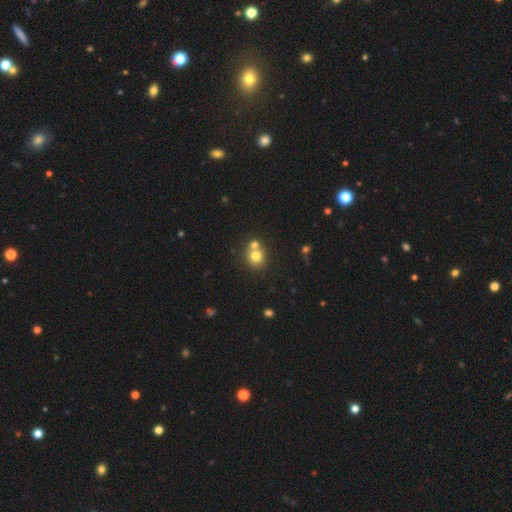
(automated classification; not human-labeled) Overall: smooth (75%). How rounded: round (86%). Merging: none (53%; merger 38%).